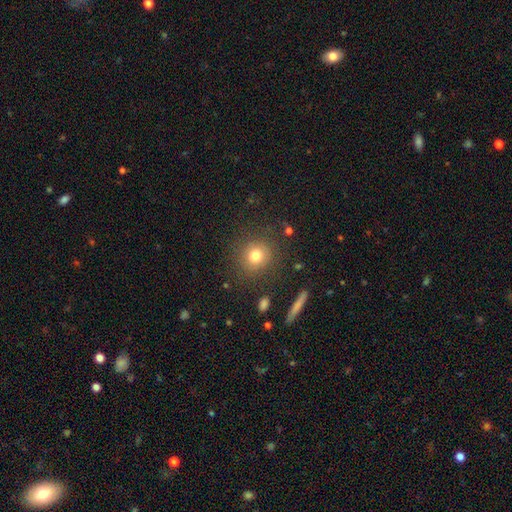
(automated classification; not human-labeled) Morphology: type=smooth (78%); roundness=round (88%); merging=none (85%).